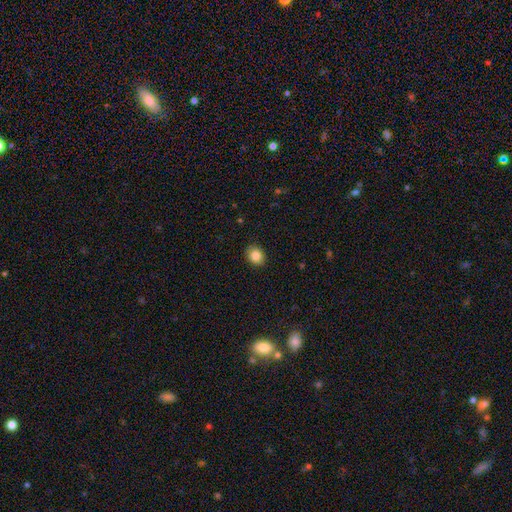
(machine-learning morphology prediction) smooth-or-featured: smooth: 86% | star or artifact: 9% | featured or disk: 5%
  how-rounded: round: 56% | in between: 43% | cigar-shaped: 1%
  merging: none: 88% | minor disturbance: 9% | major disturbance: 2% | merger: 1%